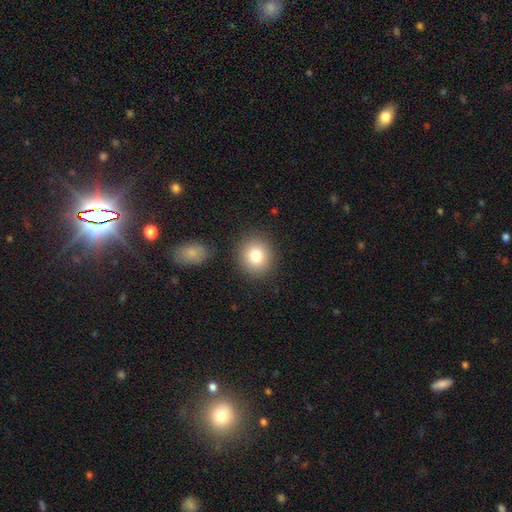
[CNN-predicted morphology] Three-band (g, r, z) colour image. It shows a smooth galaxy with no disk features (80%) that is round (84%). Merging: none (87%).